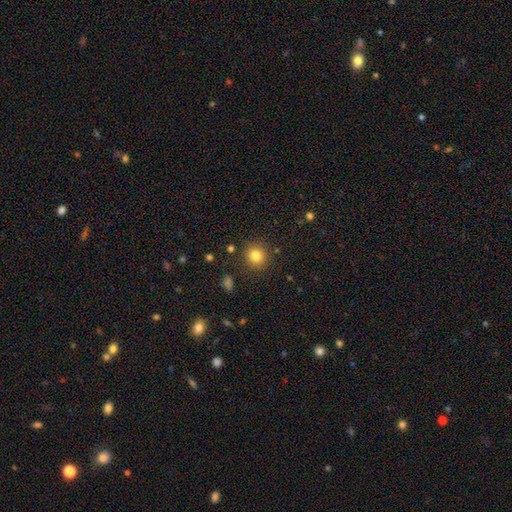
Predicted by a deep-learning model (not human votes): Smooth or featured: smooth — 82% (star or artifact — 12%)
How rounded: round — 91% (in between — 8%)
Merging: none — 88% (minor disturbance — 7%)